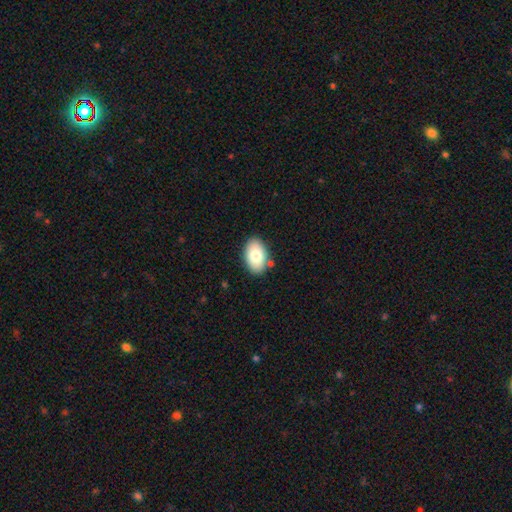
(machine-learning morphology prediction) Smooth or featured? Predicted: smooth (p=0.78). How rounded? Predicted: in between (p=0.91). Merging? Predicted: none (p=0.83).